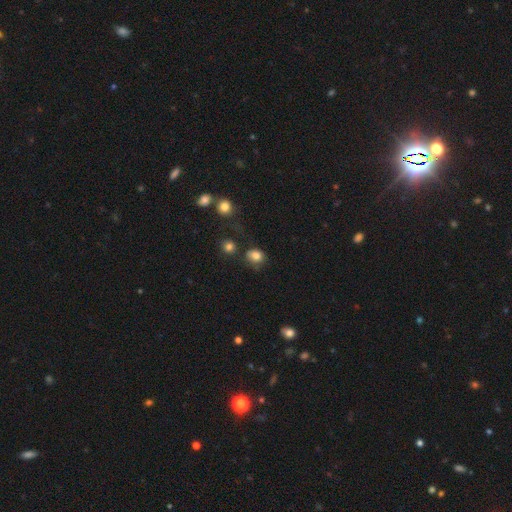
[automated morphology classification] type=smooth (82%); roundness=round (52%); merging=none (61%).